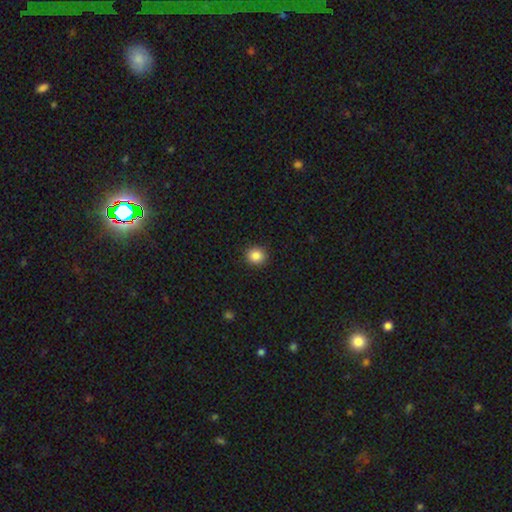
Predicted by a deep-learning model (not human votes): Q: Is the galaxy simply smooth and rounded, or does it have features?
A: smooth — 87%.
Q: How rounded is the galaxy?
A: round — 89%.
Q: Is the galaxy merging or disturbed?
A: none — 92%.